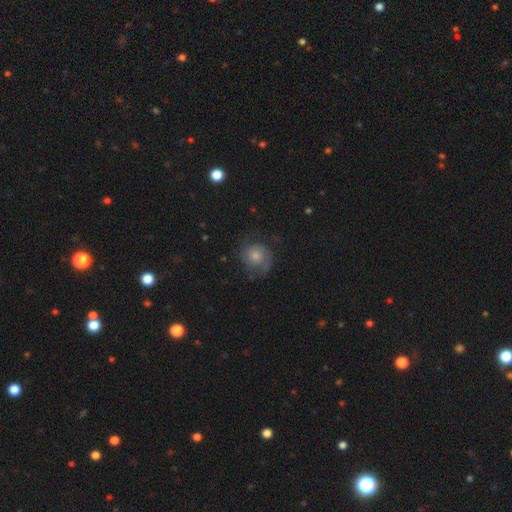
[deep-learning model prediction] Smooth or featured: featured or disk — 50% (smooth — 42%)
Merging: none — 63% (minor disturbance — 21%)